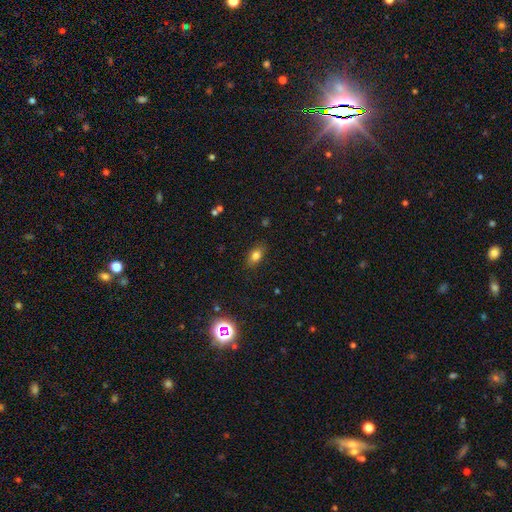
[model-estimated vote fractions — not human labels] This appears to be a smooth galaxy with no disk features (77%) that is in between round and cigar-shaped (82%). Merging: none (85%).